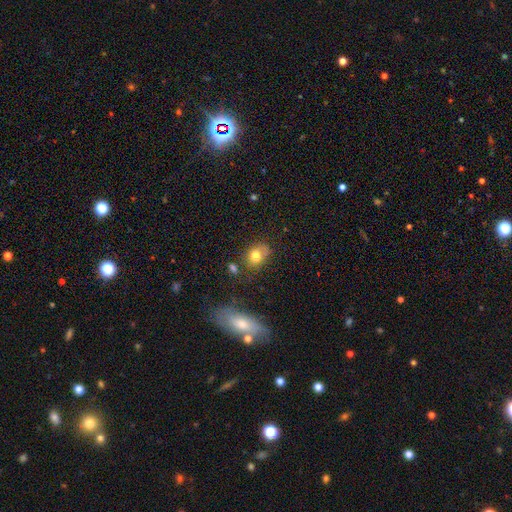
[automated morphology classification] Smooth or featured? smooth (77%)
How rounded? in between (65%)
Merging? none (65%)